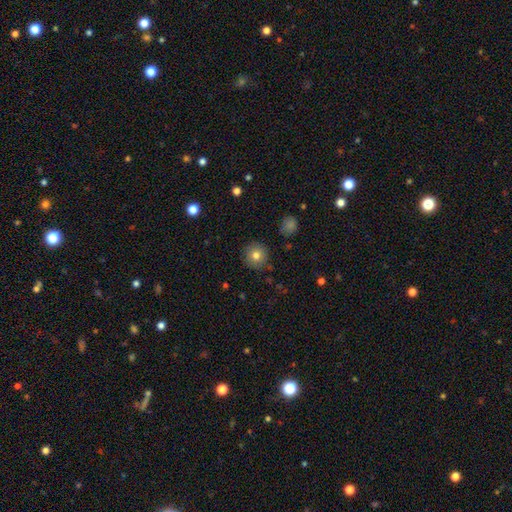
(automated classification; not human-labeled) The model was most divided on "smooth or featured": smooth: 80%, featured or disk: 11%, star or artifact: 10%. More confident: how rounded — round (94%); merging — none (90%).